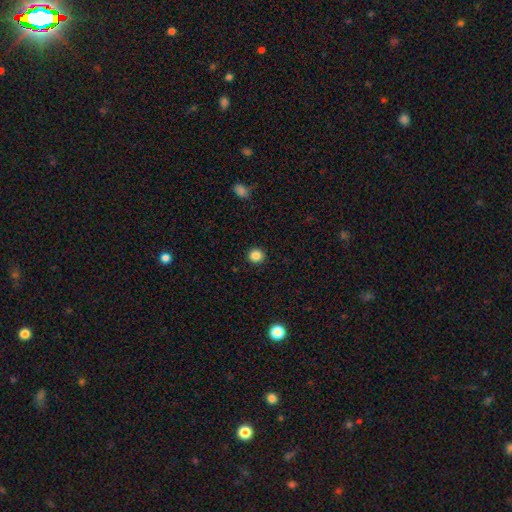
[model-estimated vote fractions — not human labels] Smooth or featured? Predicted: smooth (p=0.86). How rounded? Predicted: round (p=0.92). Merging? Predicted: none (p=0.93).